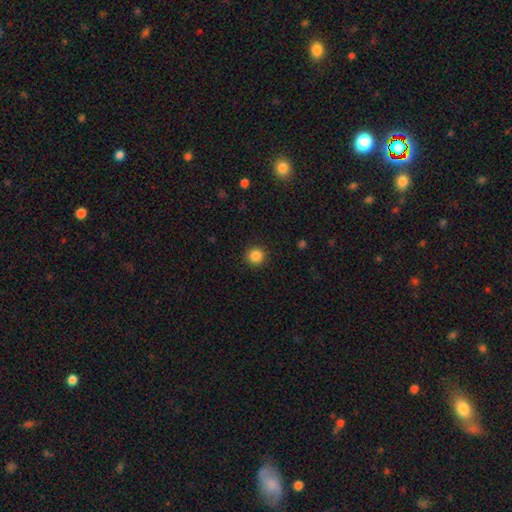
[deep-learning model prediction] Q: Smooth or featured?
A: smooth (86%); runner-up: star or artifact (11%)
Q: How rounded?
A: round (95%); runner-up: in between (5%)
Q: Merging?
A: none (92%); runner-up: minor disturbance (5%)